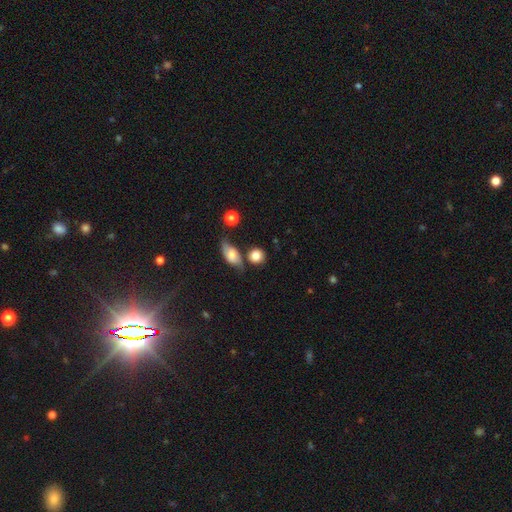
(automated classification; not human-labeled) smooth 81%, featured or disk 10%, star or artifact 8%. Down the decision tree: how rounded — round (83%); merging — none (66%).